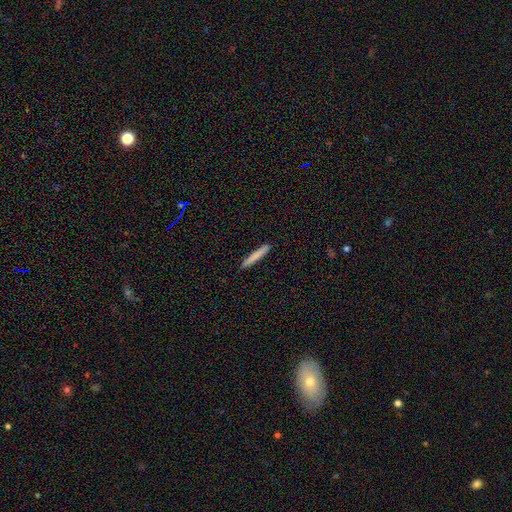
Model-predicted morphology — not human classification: smooth 79%, featured or disk 15%, star or artifact 6%. Down the decision tree: how rounded — cigar-shaped (96%); merging — none (92%).